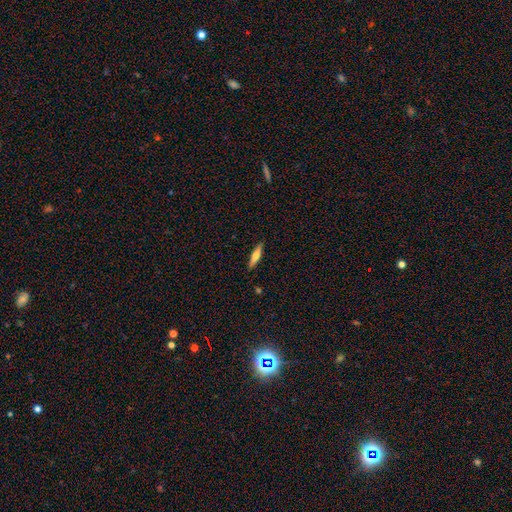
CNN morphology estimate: smooth-or-featured: smooth: 58% | featured or disk: 36% | star or artifact: 6%
  how-rounded: cigar-shaped: 80% | in between: 18% | round: 2%
  merging: none: 89% | minor disturbance: 8% | major disturbance: 2% | merger: 1%